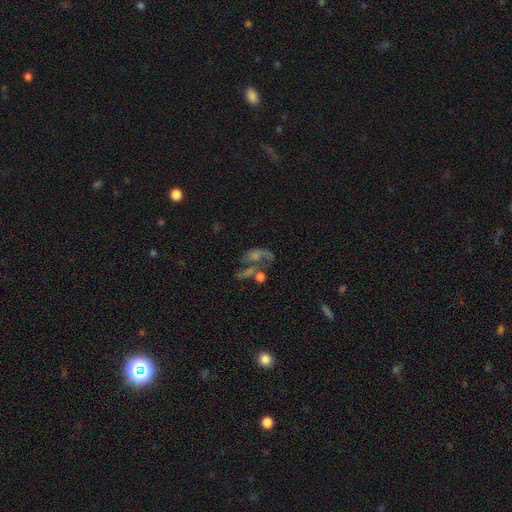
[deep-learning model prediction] This appears to be a featured or disk galaxy (58%) with no bar (72%), spiral arms (63%) and a small central bulge (34%). Merging: merger (31%).